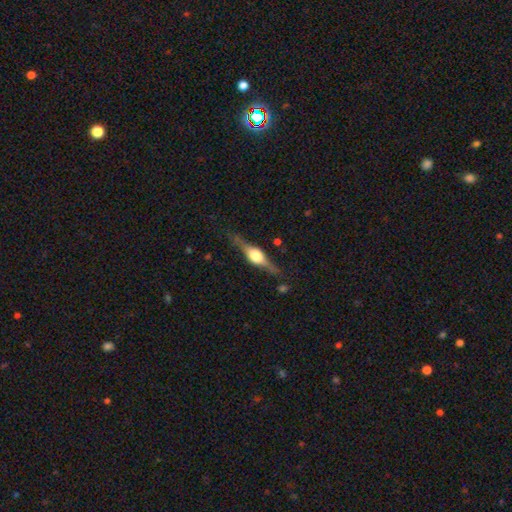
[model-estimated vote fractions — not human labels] Smooth or featured: featured or disk — 76% (smooth — 18%)
Edge-on disk: yes — 97% (no — 3%)
Edge-on bulge: rounded — 90% (boxy — 8%)
Merging: none — 80% (minor disturbance — 14%)